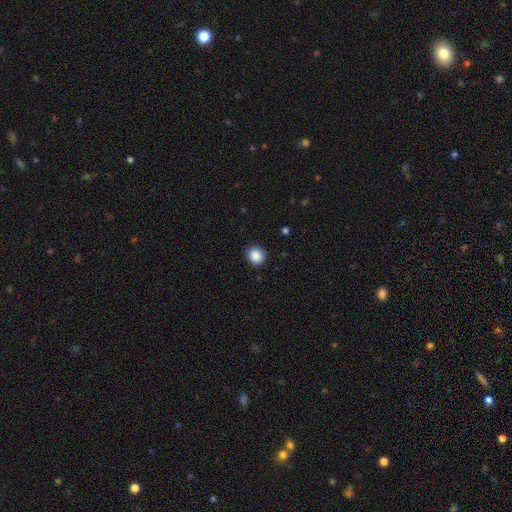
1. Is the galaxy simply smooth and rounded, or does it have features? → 85% smooth, 10% star or artifact, 5% featured or disk.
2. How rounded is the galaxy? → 76% round, 24% in between, 0% cigar-shaped.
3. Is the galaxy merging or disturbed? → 83% none, 14% minor disturbance, 3% major disturbance, 0% merger.